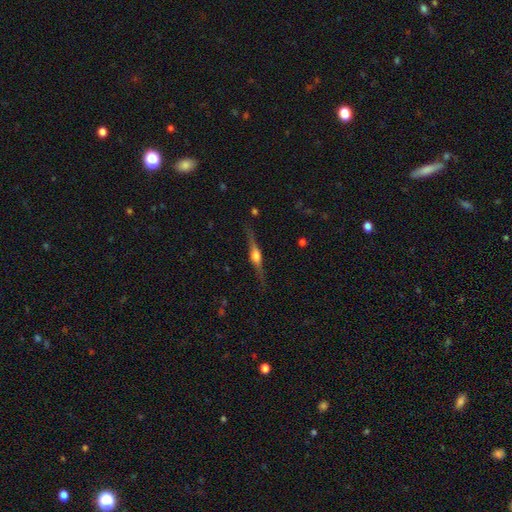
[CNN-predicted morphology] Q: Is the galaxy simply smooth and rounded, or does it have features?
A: featured or disk — 80%.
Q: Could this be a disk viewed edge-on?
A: yes — 98%.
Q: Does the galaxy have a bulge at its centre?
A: rounded — 90%.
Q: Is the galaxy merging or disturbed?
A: none — 86%.